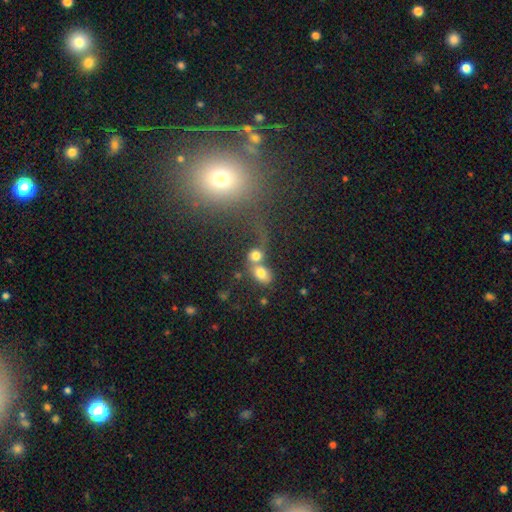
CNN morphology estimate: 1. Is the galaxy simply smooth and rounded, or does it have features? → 72% smooth, 15% featured or disk, 12% star or artifact.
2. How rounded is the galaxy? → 52% in between, 46% round, 2% cigar-shaped.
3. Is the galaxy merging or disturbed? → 59% merger, 25% none, 8% major disturbance, 8% minor disturbance.